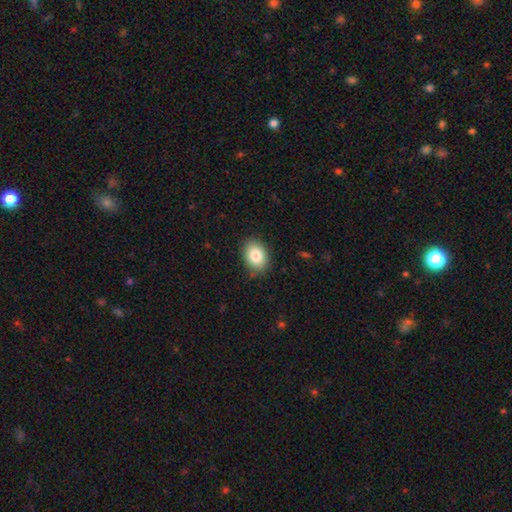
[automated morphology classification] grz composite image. It shows a smooth galaxy with no disk features (84%) that is in between round and cigar-shaped (69%). Merging: none (85%).